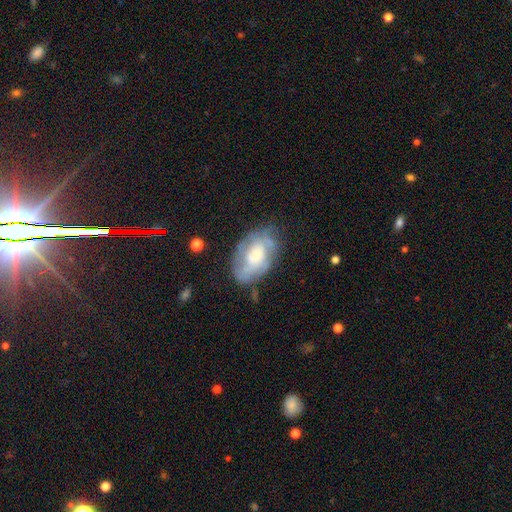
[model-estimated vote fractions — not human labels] Morphology: type=featured or disk (70%); edge-on=no (96%); bar=no (67%); spiral arms=yes (83%); winding=tight (48%); arm count=can't tell (43%); bulge=moderate (46%); merging=none (65%).